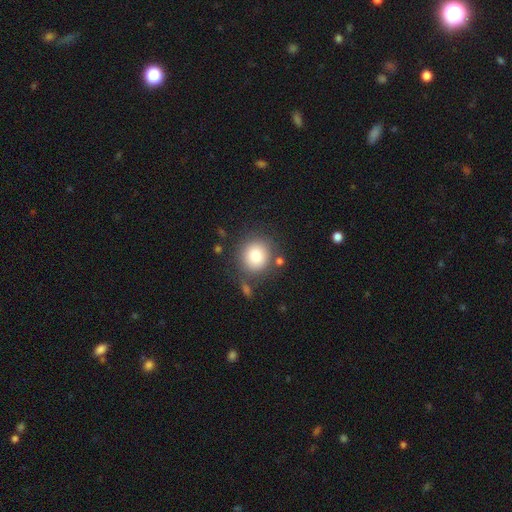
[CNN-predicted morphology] smooth_or_featured: smooth (p=0.80) [alt: featured or disk p=0.11]
how_rounded: round (p=0.91) [alt: in between p=0.08]
merging: none (p=0.79) [alt: minor disturbance p=0.11]